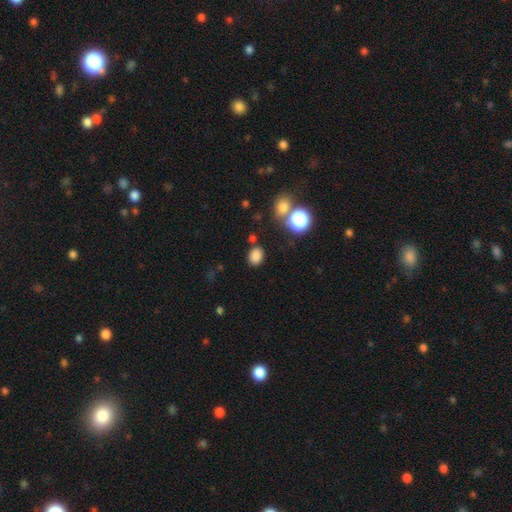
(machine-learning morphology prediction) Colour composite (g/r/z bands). It shows a smooth galaxy with no disk features (82%) that is in between round and cigar-shaped (52%). Merging: none (80%).